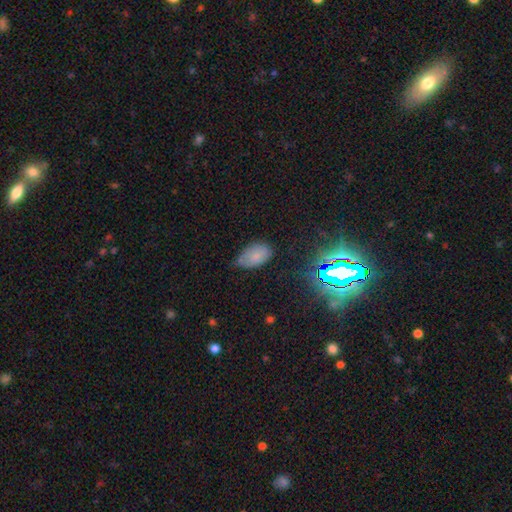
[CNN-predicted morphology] Smooth or featured? smooth (70%)
How rounded? in between (93%)
Merging? none (58%)